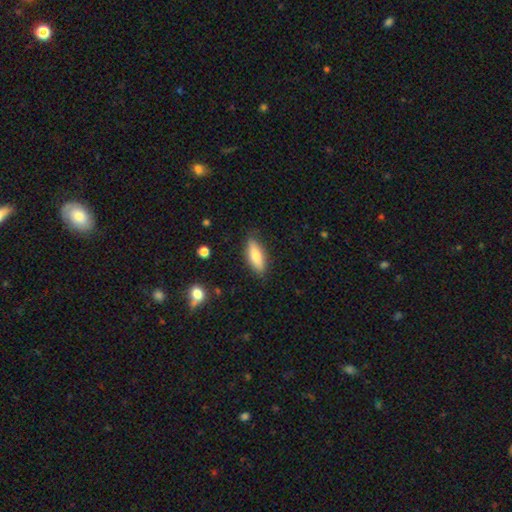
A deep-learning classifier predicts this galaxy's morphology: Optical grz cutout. It shows a smooth galaxy with no disk features (75%) that is in between round and cigar-shaped (64%). Merging: none (84%).